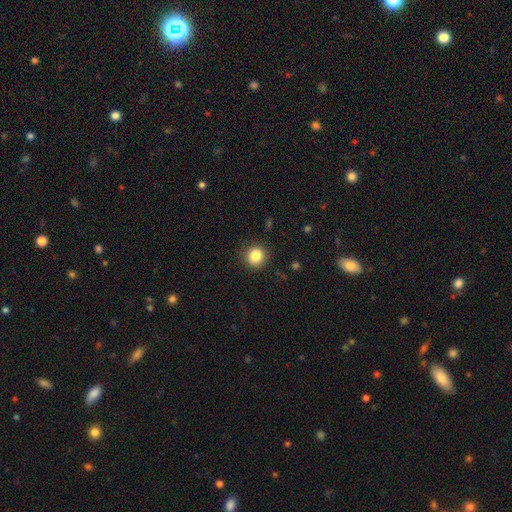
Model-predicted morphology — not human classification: smooth-or-featured: smooth: 85% | star or artifact: 10% | featured or disk: 5%
  how-rounded: round: 91% | in between: 9% | cigar-shaped: 1%
  merging: none: 90% | minor disturbance: 7% | major disturbance: 2% | merger: 1%